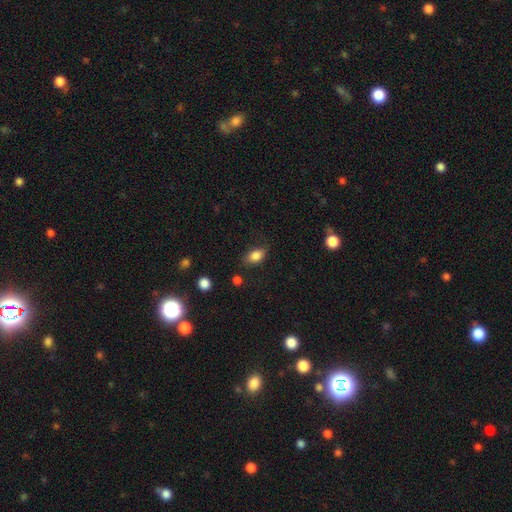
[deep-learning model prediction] A smooth galaxy with no disk features (84%) that is in between round and cigar-shaped (83%).

Vote fractions:
- Smooth or featured? smooth: 84% / star or artifact: 9% / featured or disk: 8%
- How rounded? in between: 83% / round: 14% / cigar-shaped: 2%
- Merging? none: 73% / minor disturbance: 19% / major disturbance: 6% / merger: 2%